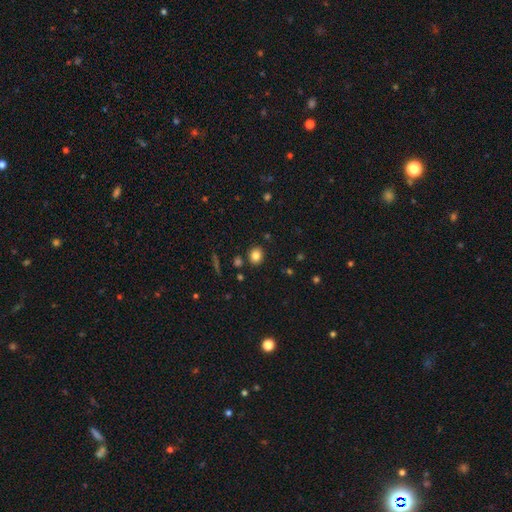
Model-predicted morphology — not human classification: This appears to be a smooth galaxy with no disk features (83%) that is round (68%). Merging: none (86%).